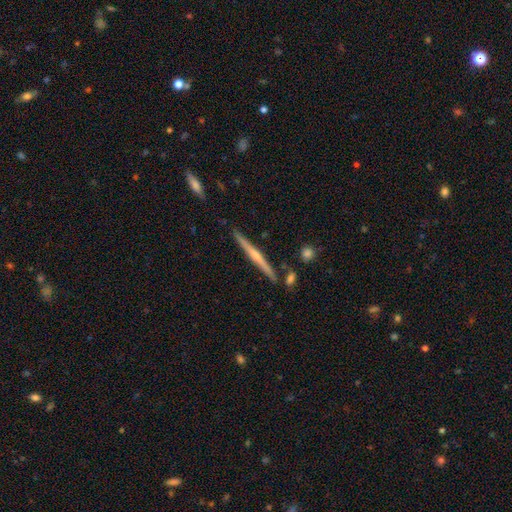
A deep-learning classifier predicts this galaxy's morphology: featured or disk 70%, smooth 24%, star or artifact 6%. Down the decision tree: edge-on disk — yes (98%); edge-on bulge — rounded (67%); merging — none (87%).